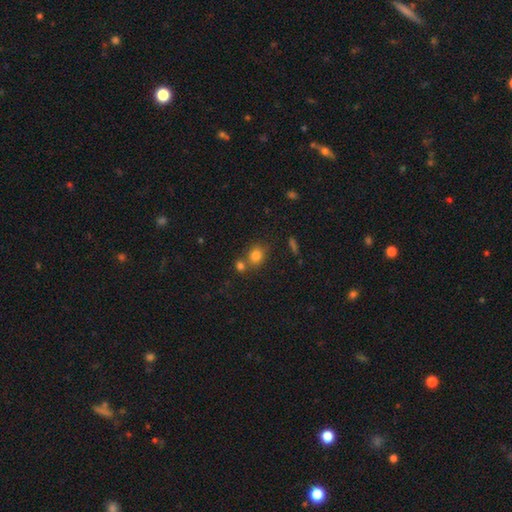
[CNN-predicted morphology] Overall: smooth (80%). How rounded: round (63%; in between 35%). Merging: none (56%; merger 29%).